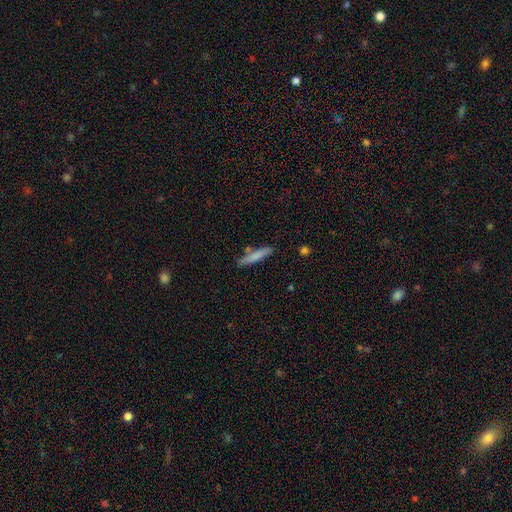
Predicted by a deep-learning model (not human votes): A smooth galaxy with no disk features (75%) that is cigar-shaped (90%).

Vote fractions:
- Smooth or featured? smooth: 75% / featured or disk: 19% / star or artifact: 6%
- How rounded? cigar-shaped: 90% / in between: 8% / round: 1%
- Merging? none: 80% / minor disturbance: 12% / merger: 6% / major disturbance: 2%